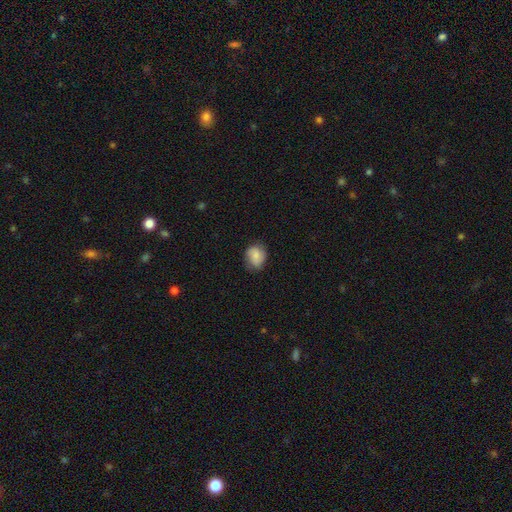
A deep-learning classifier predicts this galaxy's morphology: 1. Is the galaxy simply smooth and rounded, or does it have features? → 78% smooth, 15% featured or disk, 8% star or artifact.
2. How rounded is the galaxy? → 61% round, 38% in between, 1% cigar-shaped.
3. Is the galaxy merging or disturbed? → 72% none, 22% minor disturbance, 5% major disturbance, 1% merger.